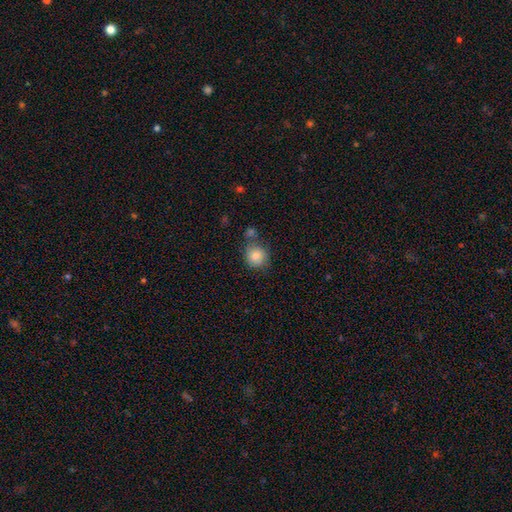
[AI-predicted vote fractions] Smooth or featured?
  - smooth: 82% *
  - star or artifact: 9%
  - featured or disk: 9%
How rounded?
  - round: 86% *
  - in between: 13%
  - cigar-shaped: 1%
Merging?
  - none: 66% *
  - merger: 15%
  - minor disturbance: 15%
  - major disturbance: 4%